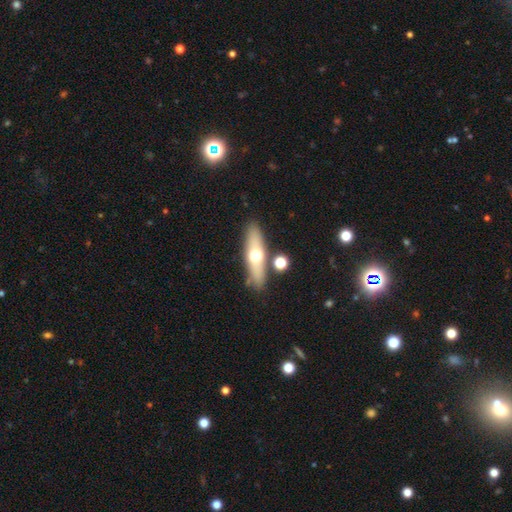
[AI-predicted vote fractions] Q: Smooth or featured?
A: smooth (48%); runner-up: featured or disk (45%)
Q: Merging?
A: none (81%); runner-up: minor disturbance (10%)